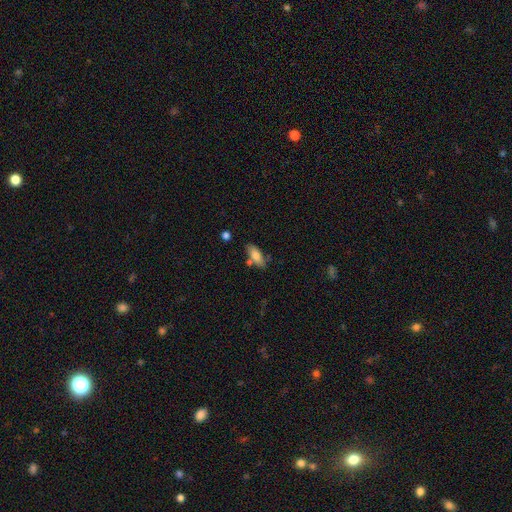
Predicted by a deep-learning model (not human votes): Smooth or featured: smooth — 78% (featured or disk — 15%)
How rounded: in between — 75% (cigar-shaped — 23%)
Merging: none — 68% (minor disturbance — 17%)